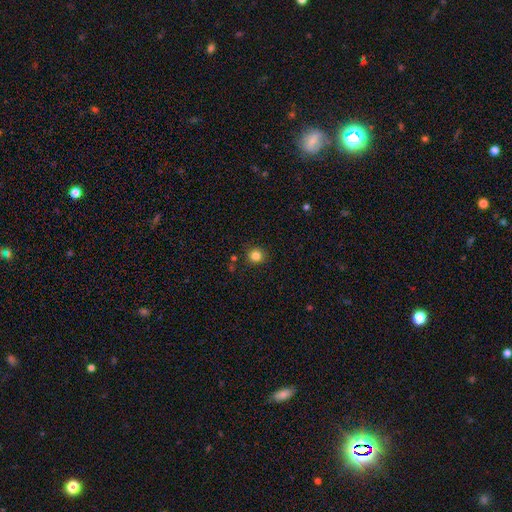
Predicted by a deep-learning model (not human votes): The model was most divided on "smooth or featured": smooth: 83%, star or artifact: 12%, featured or disk: 4%. More confident: how rounded — round (91%); merging — none (88%).